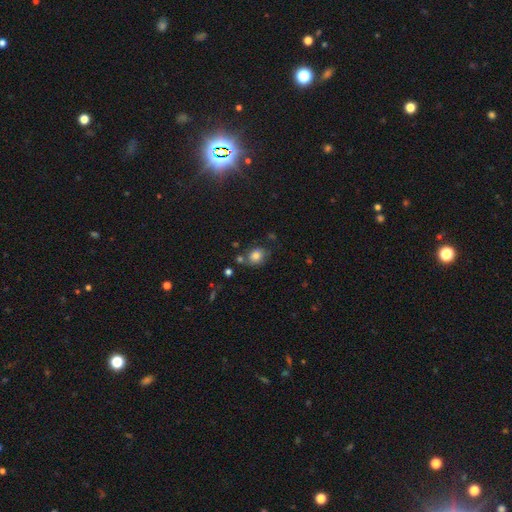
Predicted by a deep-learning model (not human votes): This appears to be a smooth galaxy with no disk features (77%) that is round (59%). Merging: none (62%).